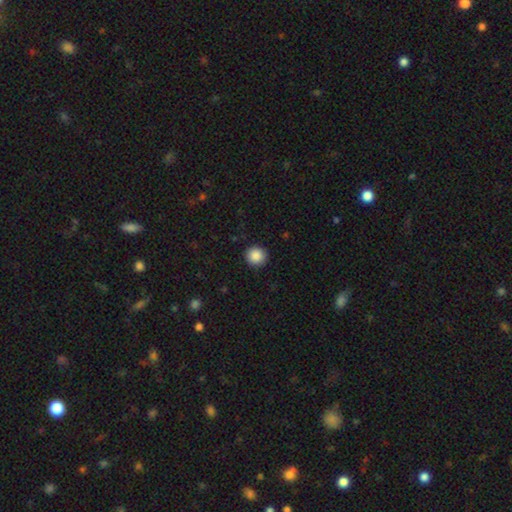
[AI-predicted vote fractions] A smooth galaxy with no disk features (88%) that is round (93%).

Vote fractions:
- Smooth or featured? smooth: 88% / star or artifact: 9% / featured or disk: 3%
- How rounded? round: 93% / in between: 6% / cigar-shaped: 1%
- Merging? none: 92% / minor disturbance: 5% / major disturbance: 2% / merger: 1%